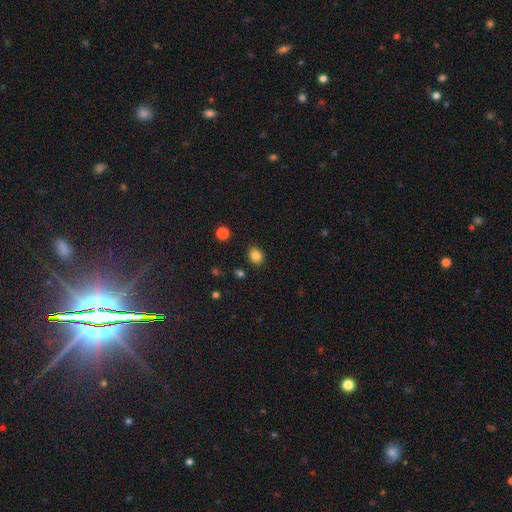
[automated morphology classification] type=smooth (84%); roundness=round (59%); merging=none (85%).